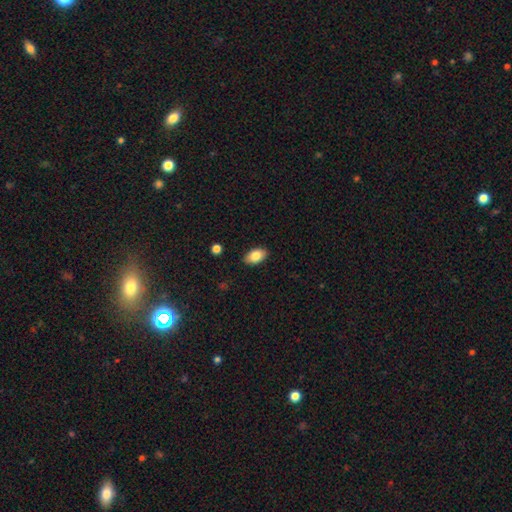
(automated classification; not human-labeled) A smooth galaxy with no disk features (84%) that is in between round and cigar-shaped (92%). Merging: none (88%).